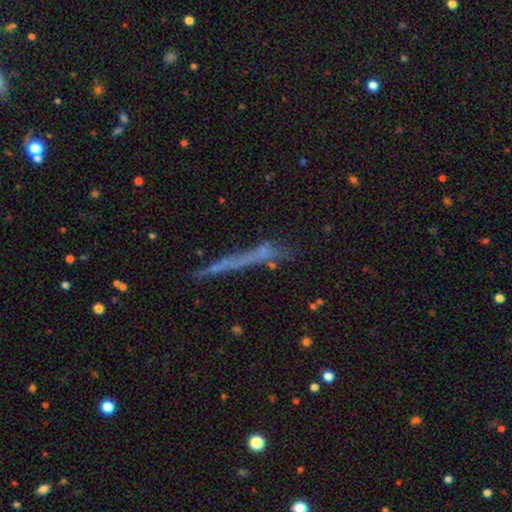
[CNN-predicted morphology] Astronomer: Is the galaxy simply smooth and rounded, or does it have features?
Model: featured or disk — 43% (runner-up: smooth, 42%).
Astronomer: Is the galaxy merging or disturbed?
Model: none — 67%.